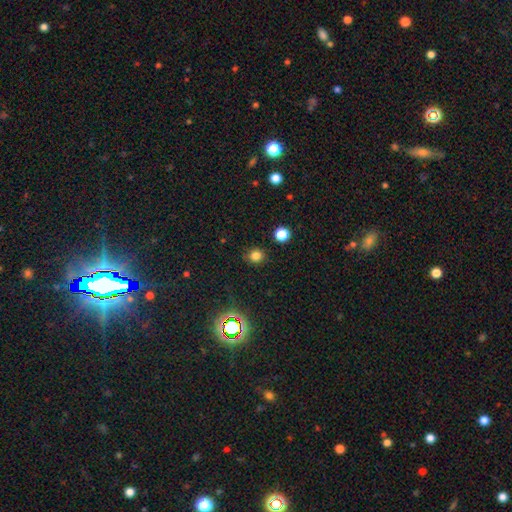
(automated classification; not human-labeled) This appears to be a smooth galaxy with no disk features (79%) that is round (85%). Merging: none (87%).